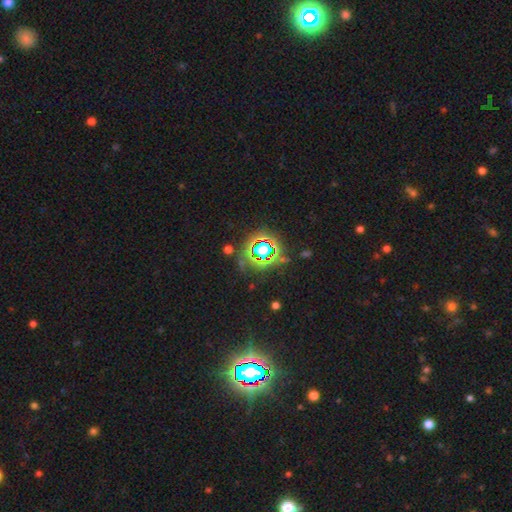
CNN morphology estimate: smooth-or-featured: star or artifact: 82% | smooth: 10% | featured or disk: 7%